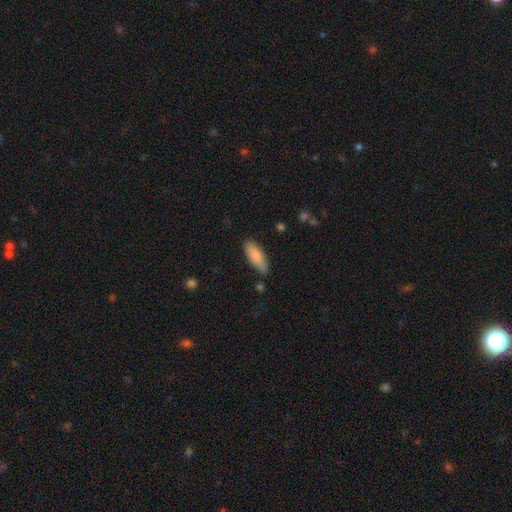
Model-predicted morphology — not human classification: Q: Smooth or featured?
A: smooth (85%); runner-up: featured or disk (9%)
Q: How rounded?
A: in between (65%); runner-up: cigar-shaped (33%)
Q: Merging?
A: none (78%); runner-up: minor disturbance (17%)